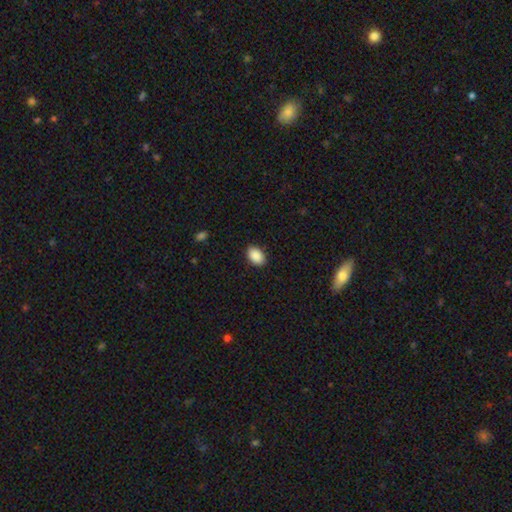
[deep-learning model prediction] Smooth or featured? smooth (90%)
How rounded? in between (88%)
Merging? none (89%)